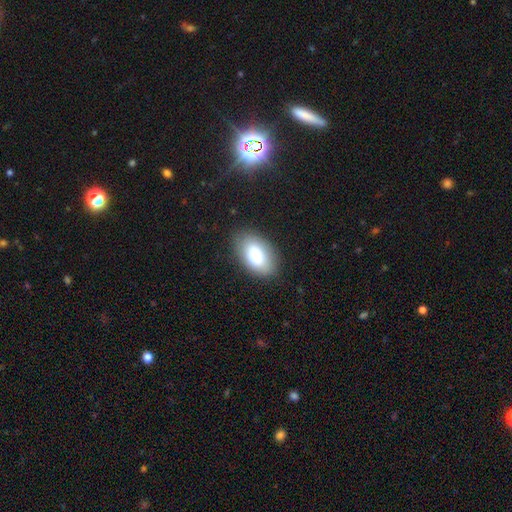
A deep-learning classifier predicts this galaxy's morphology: smooth 75%, featured or disk 17%, star or artifact 9%. Down the decision tree: how rounded — in between (91%); merging — none (85%).